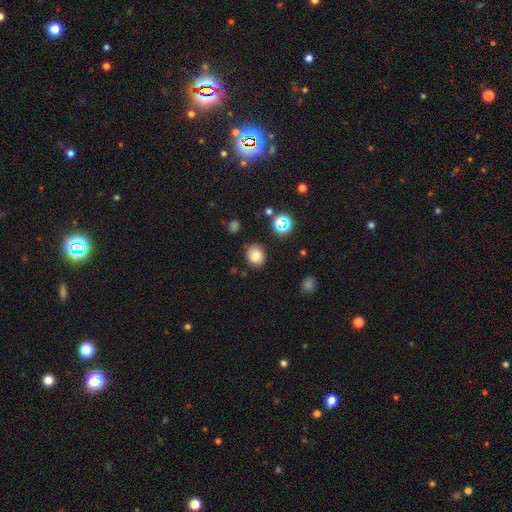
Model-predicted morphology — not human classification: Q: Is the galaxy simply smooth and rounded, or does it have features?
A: smooth — 77%.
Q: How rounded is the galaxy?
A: round — 65%.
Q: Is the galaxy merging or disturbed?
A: none — 78%.